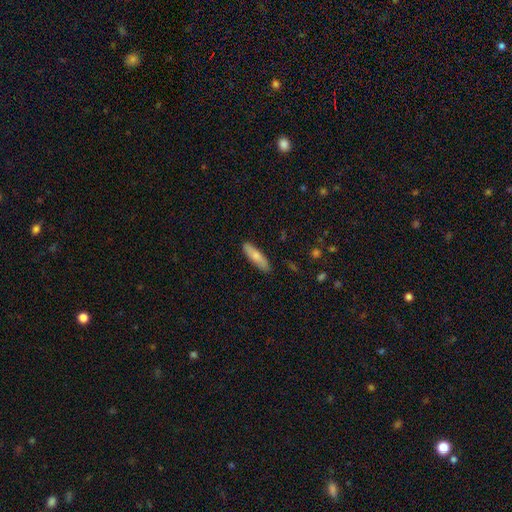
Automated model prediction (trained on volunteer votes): This is likely a smooth galaxy (75%). How rounded: likely cigar-shaped (70%). Merging: clearly none (87%).